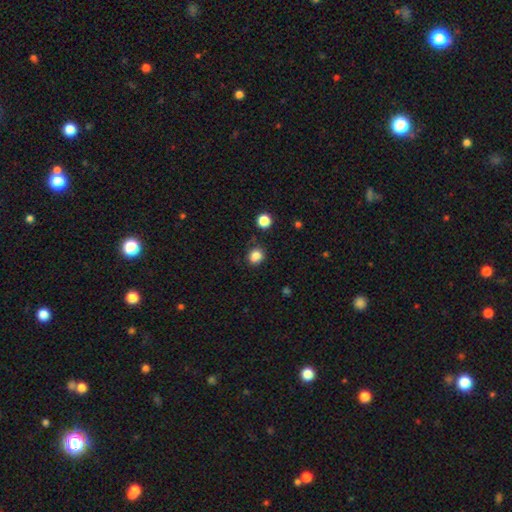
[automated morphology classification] type=smooth (84%); roundness=round (75%); merging=none (80%).